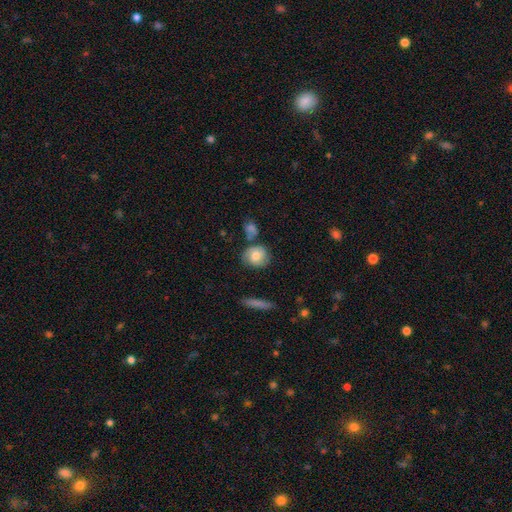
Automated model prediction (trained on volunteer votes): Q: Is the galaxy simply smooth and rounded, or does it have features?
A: smooth — 60%.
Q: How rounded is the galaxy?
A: round — 68%.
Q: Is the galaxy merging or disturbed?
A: none — 66%.